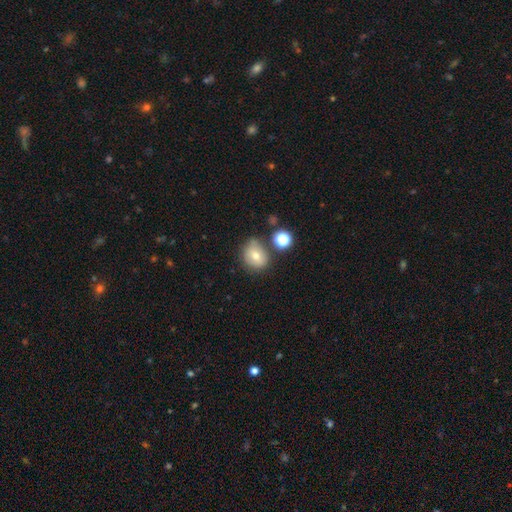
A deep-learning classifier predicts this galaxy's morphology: smooth 70%, featured or disk 18%, star or artifact 13%. Down the decision tree: how rounded — round (67%); merging — none (64%).